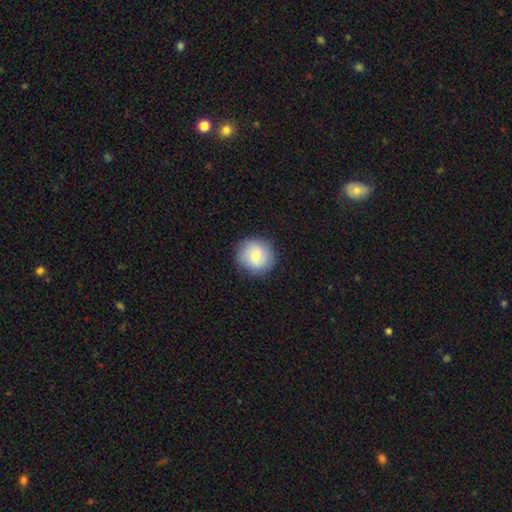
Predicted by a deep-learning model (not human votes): smooth 76%, featured or disk 16%, star or artifact 7%. Down the decision tree: how rounded — round (91%); merging — none (87%).